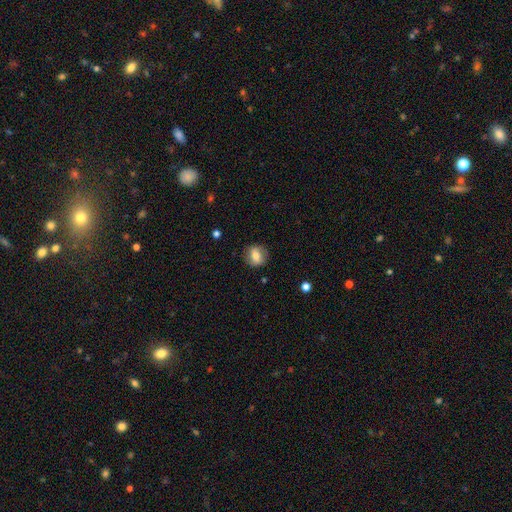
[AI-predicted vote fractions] This is likely a smooth galaxy (67%). How rounded: likely round (69%). Merging: clearly none (84%).